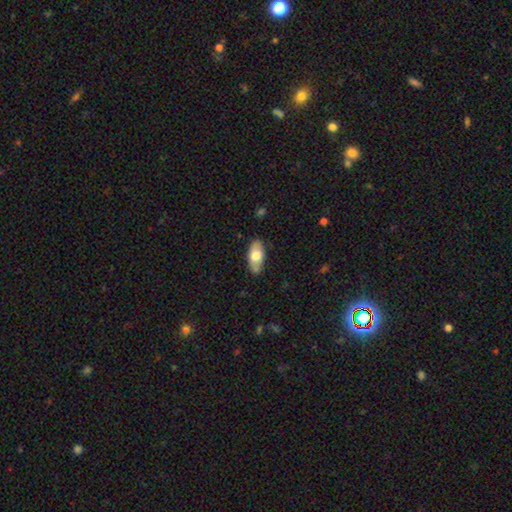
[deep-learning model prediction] Overall: smooth (63%; featured or disk 30%). How rounded: in between (89%). Merging: none (76%).